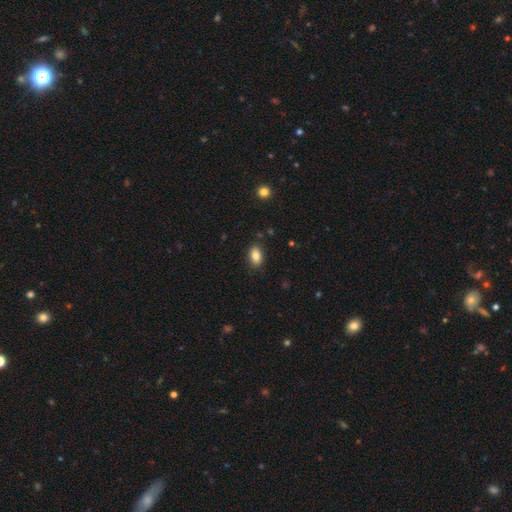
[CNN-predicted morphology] smooth-or-featured: smooth: 84% | star or artifact: 9% | featured or disk: 8%
  how-rounded: in between: 89% | round: 9% | cigar-shaped: 2%
  merging: none: 86% | minor disturbance: 10% | major disturbance: 2% | merger: 2%